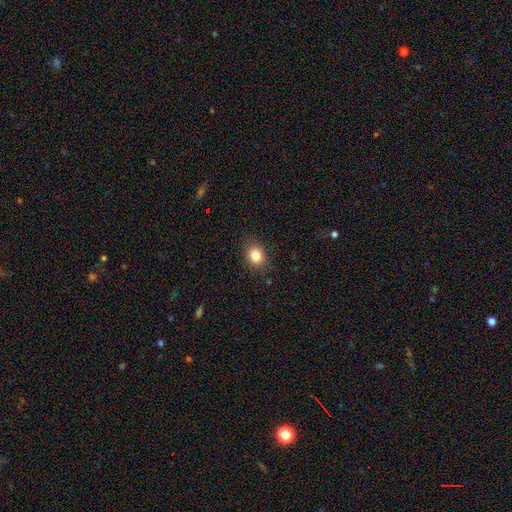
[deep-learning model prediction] Smooth or featured? Predicted: smooth (p=0.83). How rounded? Predicted: in between (p=0.51). Merging? Predicted: none (p=0.87).